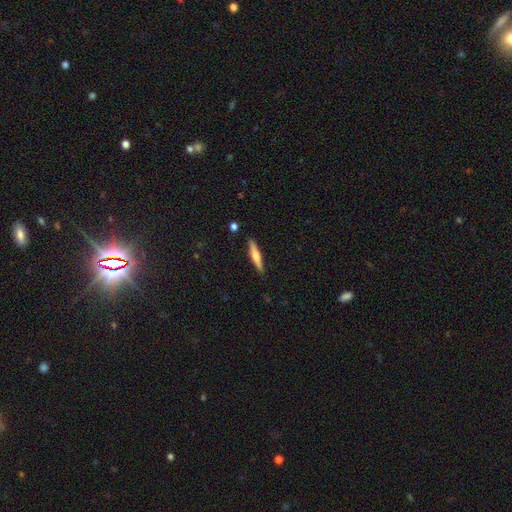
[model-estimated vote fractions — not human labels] This is possibly a smooth galaxy (47%, tied with featured or disk). Merging: clearly none (89%).